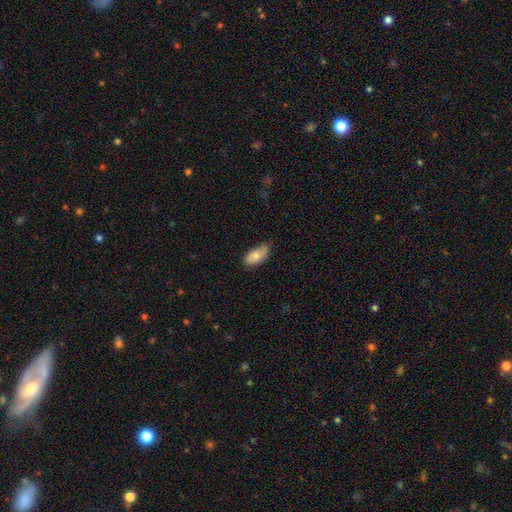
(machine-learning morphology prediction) Smooth or featured: smooth — 77% (featured or disk — 16%)
How rounded: in between — 91% (cigar-shaped — 6%)
Merging: none — 57% (minor disturbance — 35%)